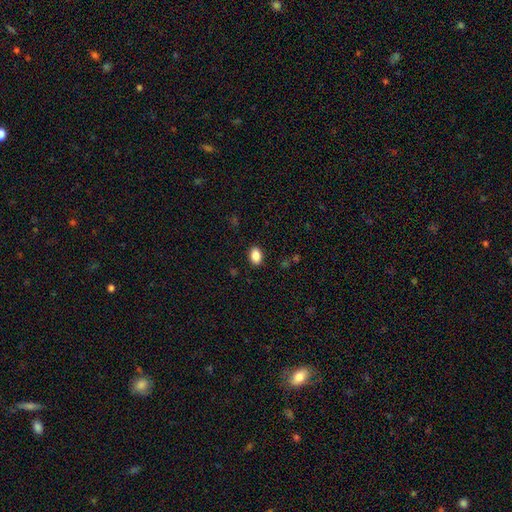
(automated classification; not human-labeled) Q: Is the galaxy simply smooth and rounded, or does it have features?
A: smooth — 88%.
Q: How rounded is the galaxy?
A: in between — 85%.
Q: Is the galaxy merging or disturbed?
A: none — 89%.